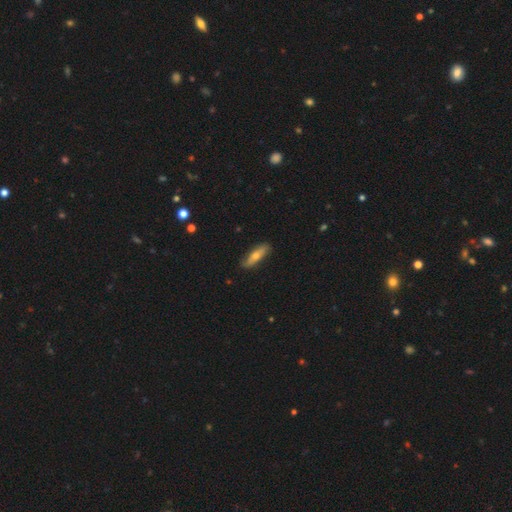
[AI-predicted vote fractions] smooth_or_featured: smooth (p=0.54) [alt: featured or disk p=0.39]
how_rounded: cigar-shaped (p=0.64) [alt: in between p=0.33]
merging: none (p=0.85) [alt: minor disturbance p=0.12]